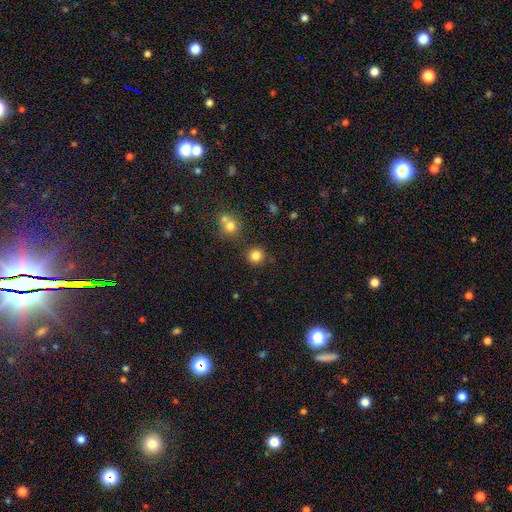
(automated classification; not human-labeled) smooth 82%, star or artifact 13%, featured or disk 5%. Down the decision tree: how rounded — round (93%); merging — none (83%).